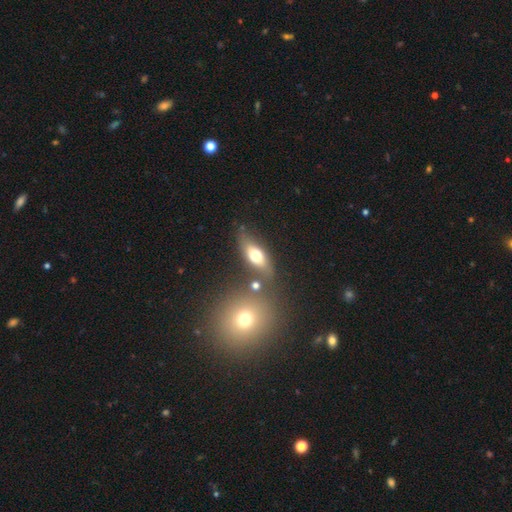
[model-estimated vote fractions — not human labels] Morphology: type=smooth (63%); roundness=in between (74%); merging=none (68%).